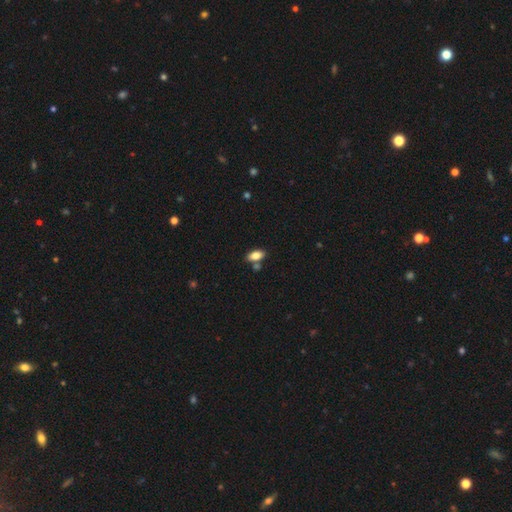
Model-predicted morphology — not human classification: This appears to be a smooth galaxy with no disk features (83%) that is in between round and cigar-shaped (91%). Merging: none (71%).